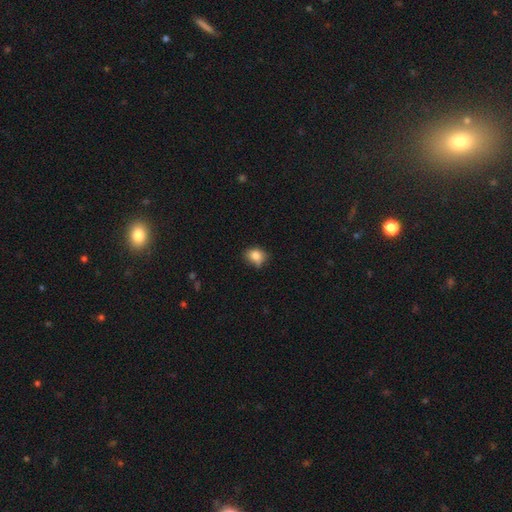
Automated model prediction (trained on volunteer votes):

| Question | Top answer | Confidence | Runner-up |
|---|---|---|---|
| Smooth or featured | smooth | 82% | star or artifact (10%) |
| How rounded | round | 53% | in between (46%) |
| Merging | none | 59% | minor disturbance (32%) |